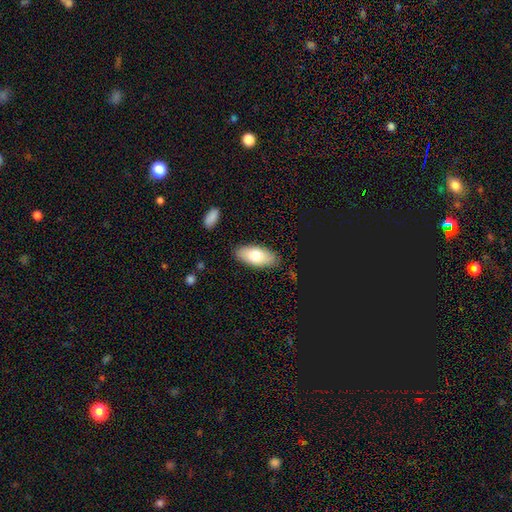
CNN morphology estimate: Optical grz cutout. It shows a smooth galaxy with no disk features (74%) that is in between round and cigar-shaped (88%). Merging: none (86%).